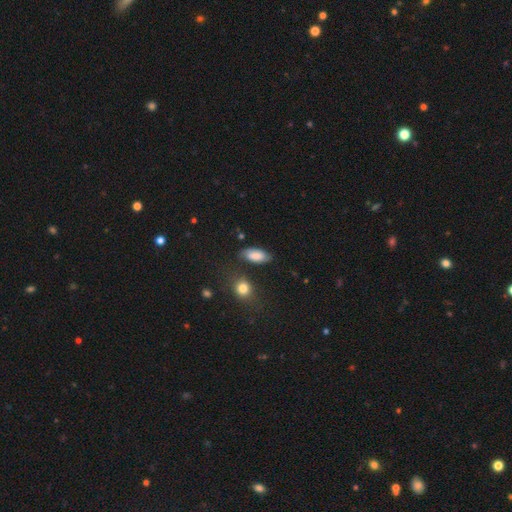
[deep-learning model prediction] Smooth or featured? smooth (82%)
How rounded? in between (89%)
Merging? none (71%)